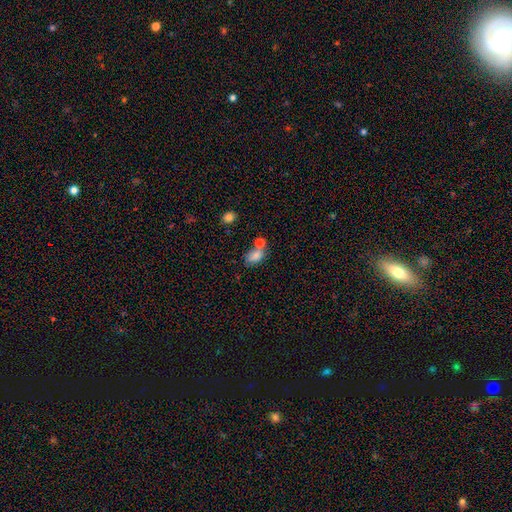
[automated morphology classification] A smooth galaxy with no disk features (78%) that is in between round and cigar-shaped (81%).

Vote fractions:
- Smooth or featured? smooth: 78% / star or artifact: 11% / featured or disk: 11%
- How rounded? in between: 81% / round: 17% / cigar-shaped: 2%
- Merging? none: 43% / merger: 32% / minor disturbance: 17% / major disturbance: 7%